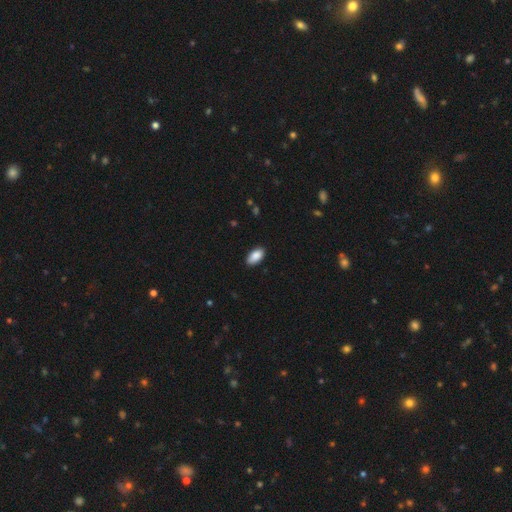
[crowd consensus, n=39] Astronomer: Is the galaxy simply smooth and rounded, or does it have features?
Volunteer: smooth — 90%.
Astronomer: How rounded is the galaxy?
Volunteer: in between — 91%.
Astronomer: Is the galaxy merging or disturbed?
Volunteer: none — 81%.